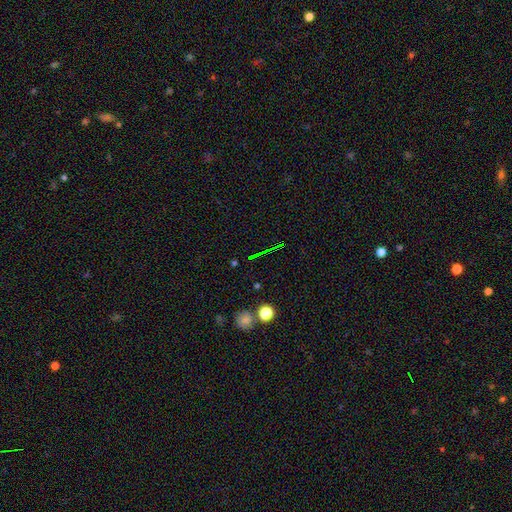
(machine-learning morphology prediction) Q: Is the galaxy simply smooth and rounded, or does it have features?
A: star or artifact — 65%.